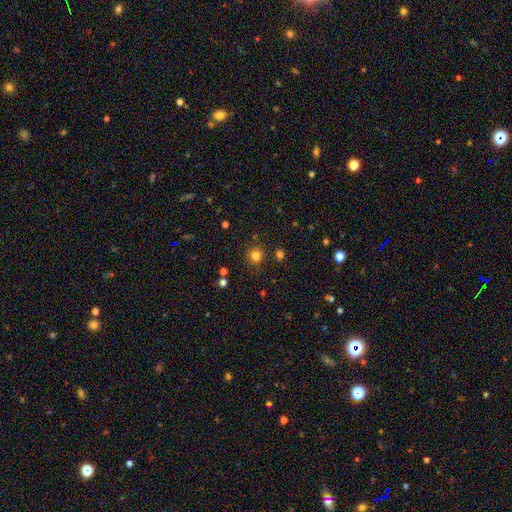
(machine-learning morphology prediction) smooth-or-featured: smooth: 79% | star or artifact: 16% | featured or disk: 5%
  how-rounded: round: 92% | in between: 7% | cigar-shaped: 1%
  merging: none: 87% | minor disturbance: 7% | merger: 3% | major disturbance: 3%